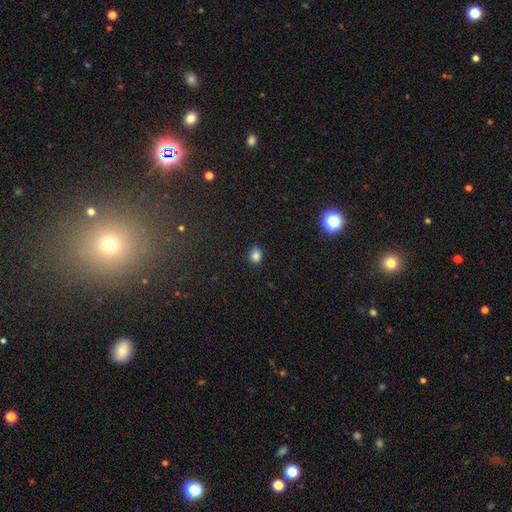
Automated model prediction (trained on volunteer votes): Smooth or featured: smooth — 83% (star or artifact — 12%)
How rounded: round — 55% (in between — 44%)
Merging: none — 87% (minor disturbance — 9%)